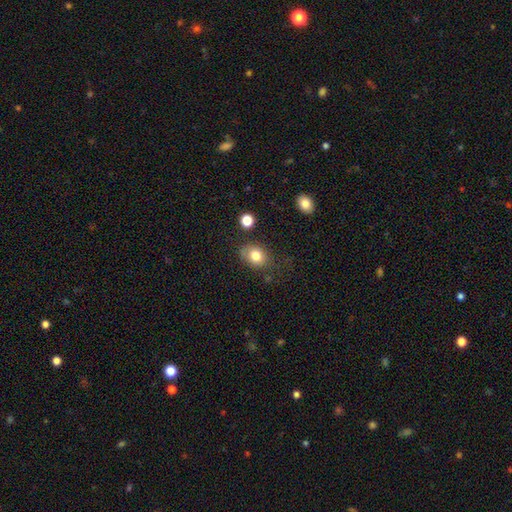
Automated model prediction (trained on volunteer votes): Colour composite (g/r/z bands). It shows a smooth galaxy with no disk features (81%) that is in between round and cigar-shaped (51%). Merging: none (68%).